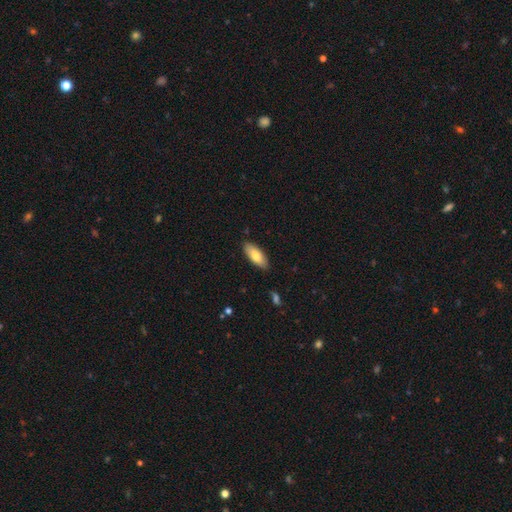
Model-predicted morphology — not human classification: Q: Smooth or featured?
A: smooth (78%); runner-up: featured or disk (16%)
Q: How rounded?
A: in between (76%); runner-up: cigar-shaped (22%)
Q: Merging?
A: none (86%); runner-up: minor disturbance (10%)